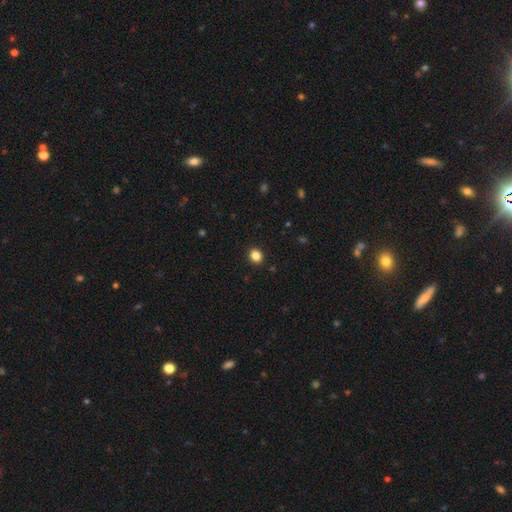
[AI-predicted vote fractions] A smooth galaxy with no disk features (85%) that is round (67%).

Vote fractions:
- Smooth or featured? smooth: 85% / star or artifact: 11% / featured or disk: 4%
- How rounded? round: 67% / in between: 33% / cigar-shaped: 1%
- Merging? none: 92% / minor disturbance: 6% / major disturbance: 2% / merger: 1%